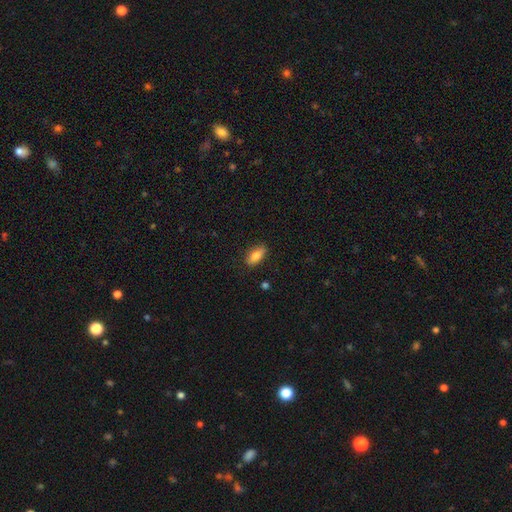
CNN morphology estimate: The model was most divided on "how rounded": in between: 82%, cigar-shaped: 15%, round: 3%. More confident: merging — none (84%); smooth or featured — smooth (81%).